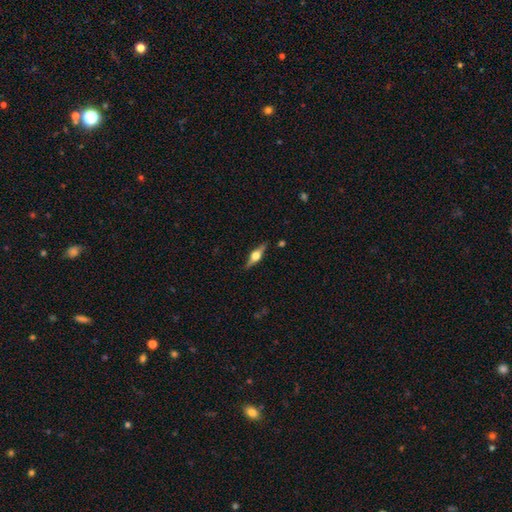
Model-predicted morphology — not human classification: smooth-or-featured: featured or disk: 74% | smooth: 21% | star or artifact: 6%
  disk-edge-on: yes: 97% | no: 3%
    edge-on-bulge: rounded: 94% | boxy: 5% | none: 1%
  merging: none: 88% | minor disturbance: 9% | major disturbance: 2% | merger: 1%